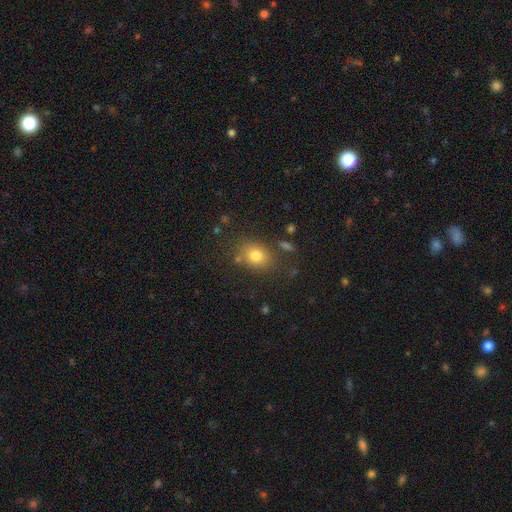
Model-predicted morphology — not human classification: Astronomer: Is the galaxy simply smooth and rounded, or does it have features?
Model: smooth — 77%.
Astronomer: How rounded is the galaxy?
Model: in between — 52% (runner-up: round, 47%).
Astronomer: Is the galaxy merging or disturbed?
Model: none — 77%.